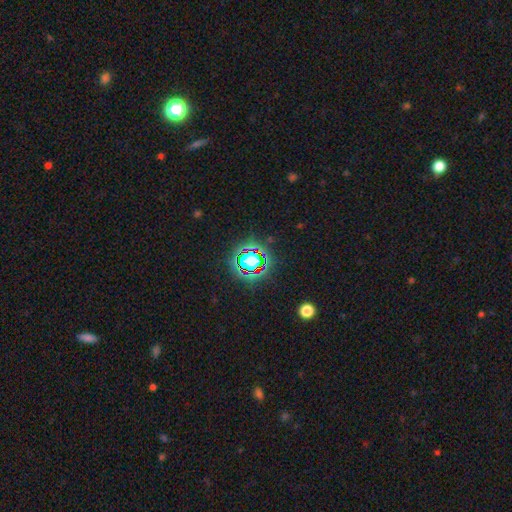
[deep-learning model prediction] Smooth or featured? Predicted: star or artifact (p=0.77).